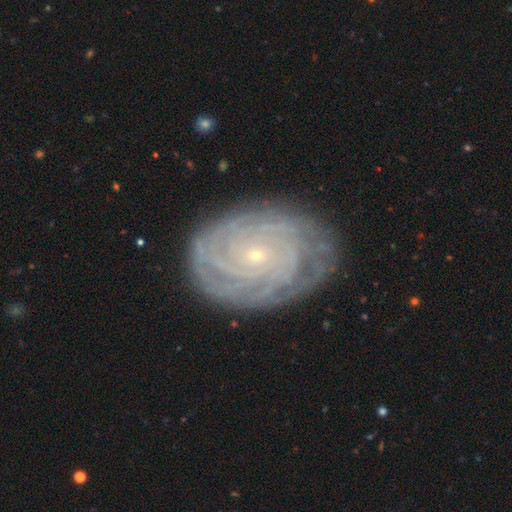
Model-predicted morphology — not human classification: featured or disk 85%, smooth 9%, star or artifact 7%. Down the decision tree: edge-on disk — no (97%); bar — no (79%); spiral arms — yes (96%); spiral arm count — can't tell (30%); spiral winding — tight (86%); bulge size — small (87%); merging — none (81%).